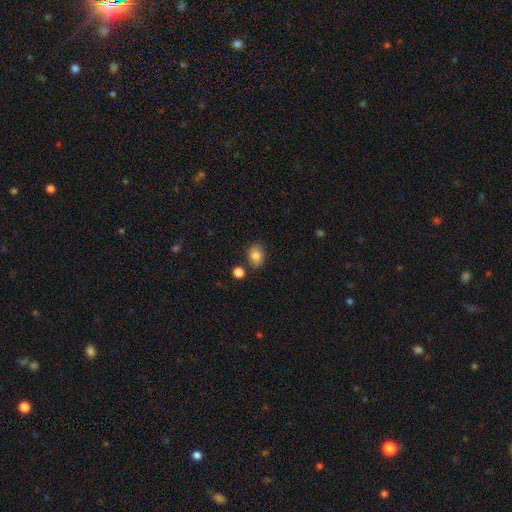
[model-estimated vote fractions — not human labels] Overall: smooth (83%). How rounded: in between (59%; round 40%). Merging: none (76%).